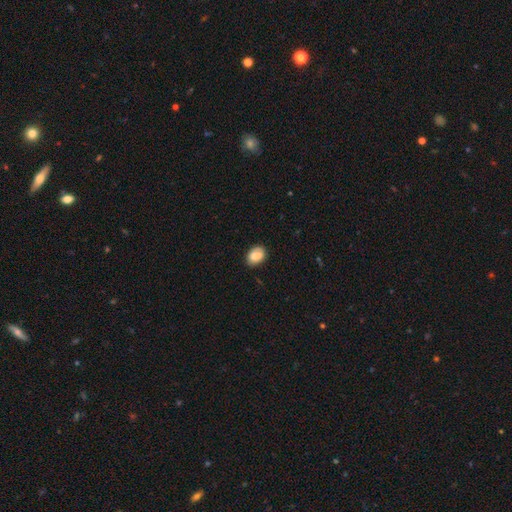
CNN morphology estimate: Q: Smooth or featured?
A: smooth (80%); runner-up: featured or disk (12%)
Q: How rounded?
A: in between (79%); runner-up: round (20%)
Q: Merging?
A: none (78%); runner-up: minor disturbance (17%)